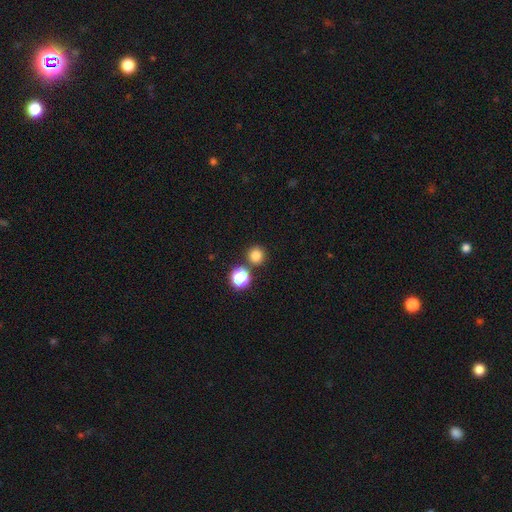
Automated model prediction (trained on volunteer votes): A smooth galaxy with no disk features (80%) that is round (94%).

Vote fractions:
- Smooth or featured? smooth: 80% / star or artifact: 16% / featured or disk: 5%
- How rounded? round: 94% / in between: 5% / cigar-shaped: 1%
- Merging? none: 82% / merger: 10% / minor disturbance: 7% / major disturbance: 2%